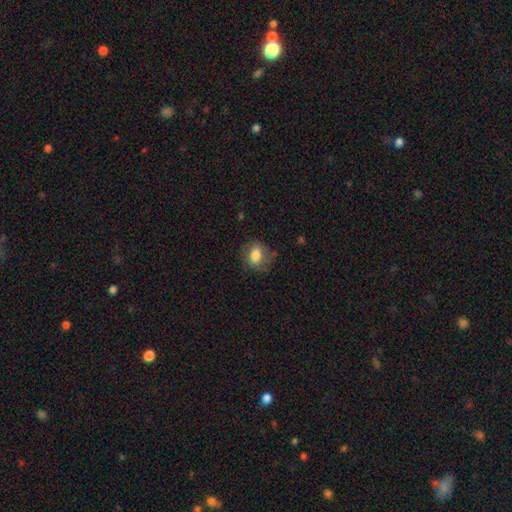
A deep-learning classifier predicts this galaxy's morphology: Q: Smooth or featured?
A: smooth (78%); runner-up: featured or disk (13%)
Q: How rounded?
A: in between (51%); runner-up: round (47%)
Q: Merging?
A: none (73%); runner-up: minor disturbance (18%)